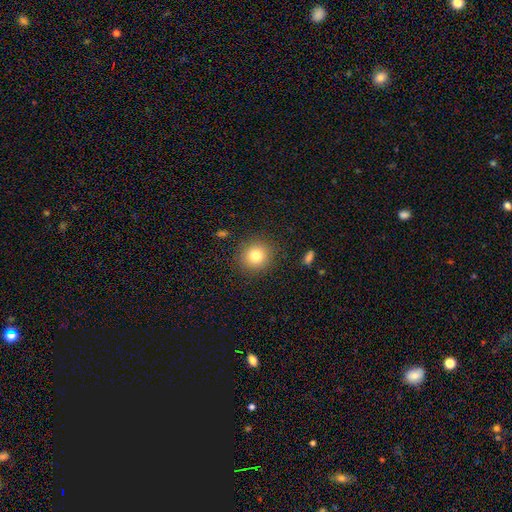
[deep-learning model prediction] The model was most divided on "smooth or featured": smooth: 80%, star or artifact: 11%, featured or disk: 9%. More confident: how rounded — round (89%); merging — none (88%).